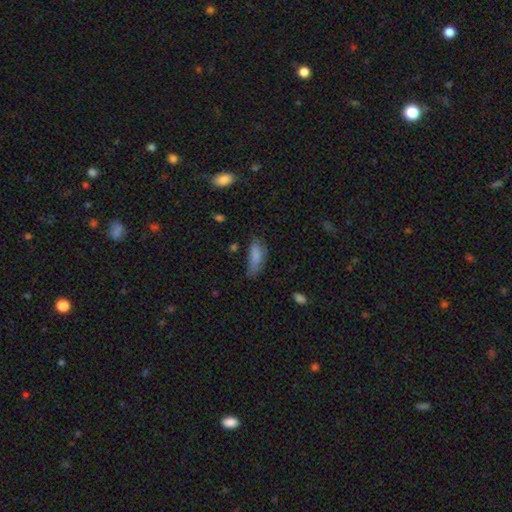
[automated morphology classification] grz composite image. It shows a smooth galaxy with no disk features (81%) that is in between round and cigar-shaped (66%). Merging: none (48%).